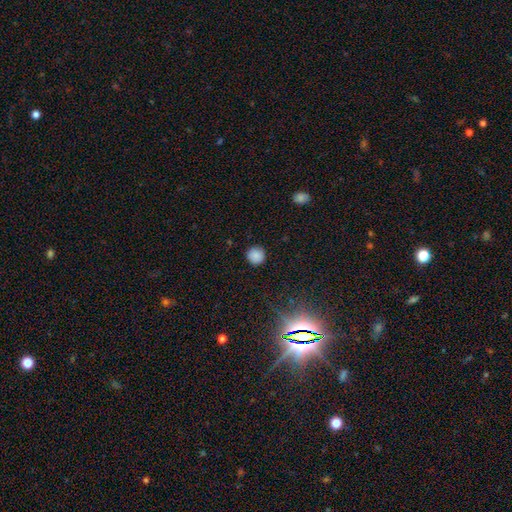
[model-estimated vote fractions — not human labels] A smooth galaxy with no disk features (84%) that is round (95%). Merging: none (90%).